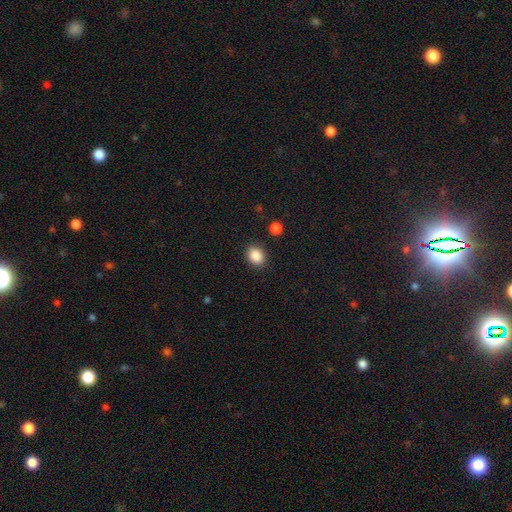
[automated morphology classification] Smooth or featured? Predicted: smooth (p=0.88). How rounded? Predicted: in between (p=0.50). Merging? Predicted: none (p=0.87).